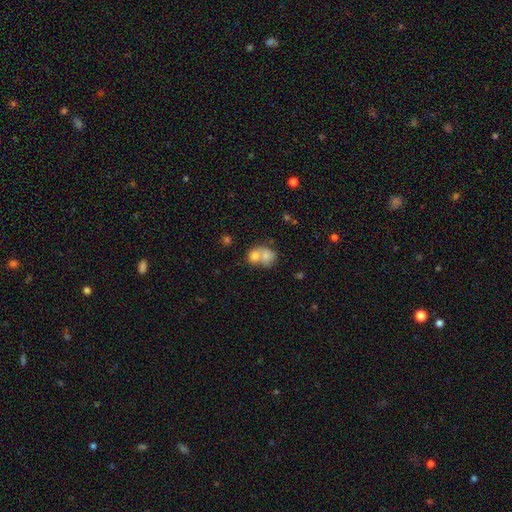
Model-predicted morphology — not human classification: The model was most divided on "how rounded": round: 57%, in between: 42%, cigar-shaped: 1%. More confident: smooth or featured — smooth (73%); merging — merger (73%).